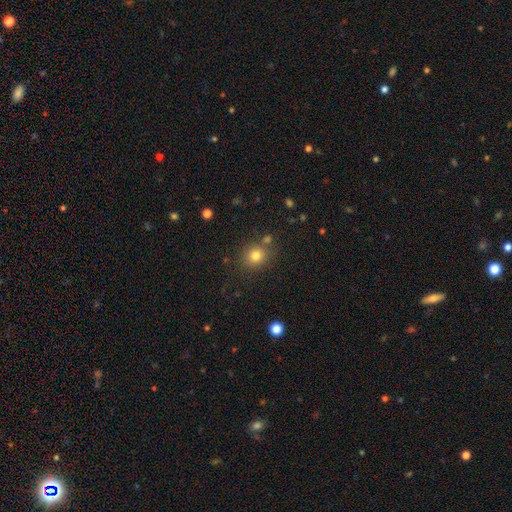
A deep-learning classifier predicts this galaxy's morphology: This appears to be a smooth galaxy with no disk features (79%) that is round (78%). Merging: none (78%).